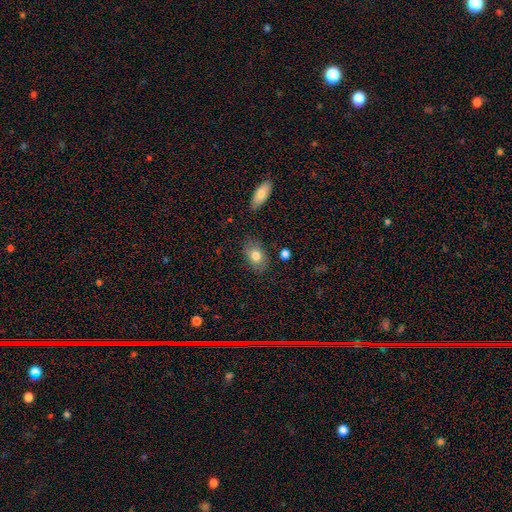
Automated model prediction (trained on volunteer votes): smooth-or-featured: smooth: 78% | featured or disk: 14% | star or artifact: 8%
  how-rounded: in between: 82% | round: 16% | cigar-shaped: 2%
  merging: none: 81% | minor disturbance: 13% | major disturbance: 3% | merger: 2%